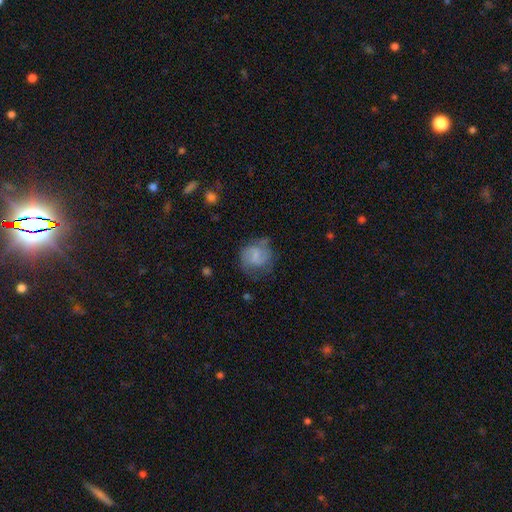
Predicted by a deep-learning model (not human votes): Overall: smooth (51%; featured or disk 41%). How rounded: round (74%). Merging: none (53%; minor disturbance 28%).